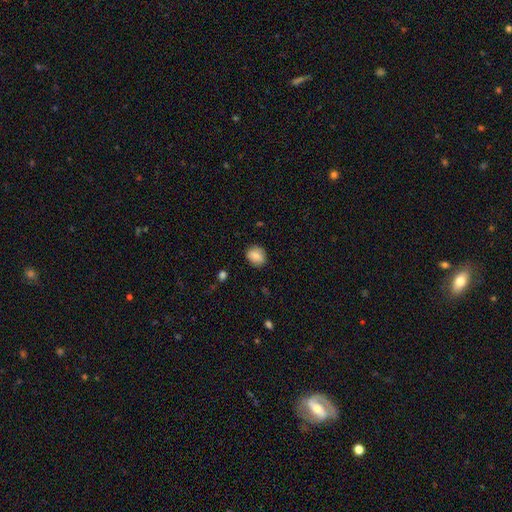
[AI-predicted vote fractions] smooth_or_featured: smooth (p=0.83) [alt: featured or disk p=0.09]
how_rounded: round (p=0.60) [alt: in between p=0.39]
merging: none (p=0.84) [alt: minor disturbance p=0.12]